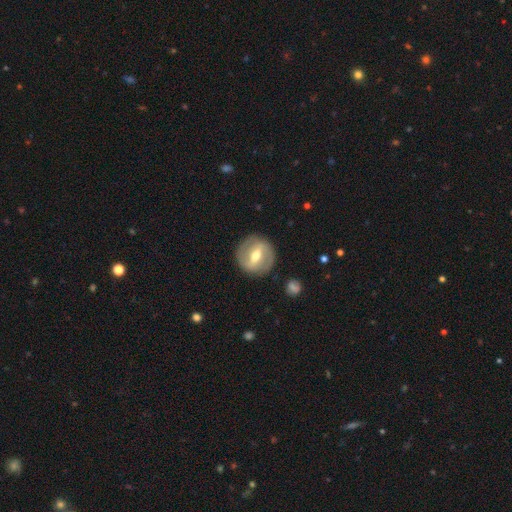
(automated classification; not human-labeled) Q: Smooth or featured?
A: featured or disk (68%); runner-up: smooth (27%)
Q: Edge-on disk?
A: no (91%); runner-up: yes (9%)
Q: Bar?
A: strong (56%); runner-up: weak (34%)
Q: Spiral arms?
A: yes (55%); runner-up: no (45%)
Q: Bulge size?
A: moderate (71%); runner-up: small (19%)
Q: Merging?
A: none (86%); runner-up: minor disturbance (9%)